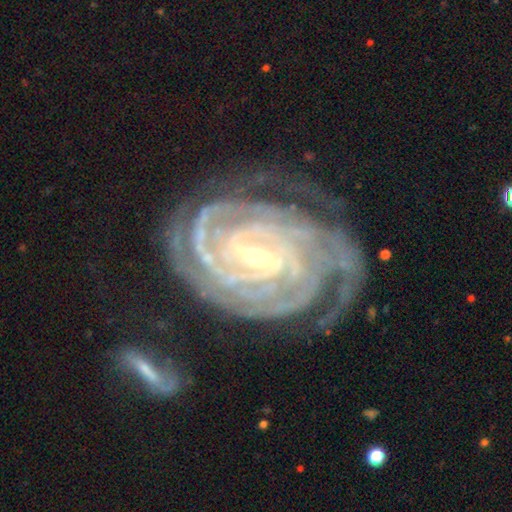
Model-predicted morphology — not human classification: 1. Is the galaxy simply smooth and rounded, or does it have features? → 93% featured or disk, 4% star or artifact, 3% smooth.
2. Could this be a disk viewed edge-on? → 97% no, 3% yes.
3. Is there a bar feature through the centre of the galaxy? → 44% strong, 41% weak, 15% no.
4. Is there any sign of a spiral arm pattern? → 99% yes, 1% no.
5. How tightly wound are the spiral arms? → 86% tight, 12% medium, 2% loose.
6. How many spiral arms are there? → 31% 4, 19% 3, 16% more than 4, 14% can't tell, 13% 2, 7% 1.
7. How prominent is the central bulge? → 64% small, 33% moderate, 1% large, 1% none, 1% dominant.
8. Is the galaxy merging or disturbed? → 68% none, 20% minor disturbance, 8% major disturbance, 3% merger.